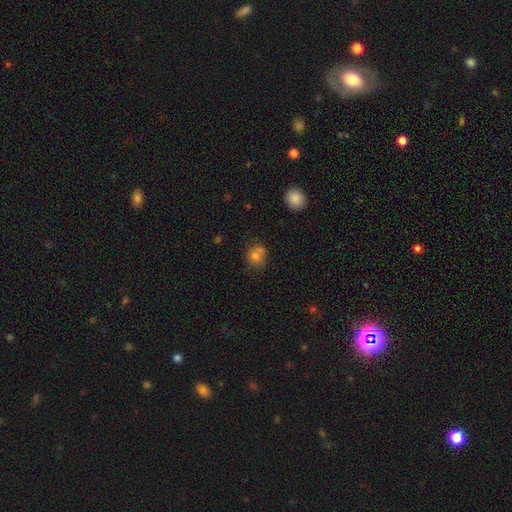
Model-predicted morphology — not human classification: smooth_or_featured: smooth (p=0.75) [alt: featured or disk p=0.13]
how_rounded: round (p=0.73) [alt: in between p=0.26]
merging: none (p=0.49) [alt: merger p=0.30]